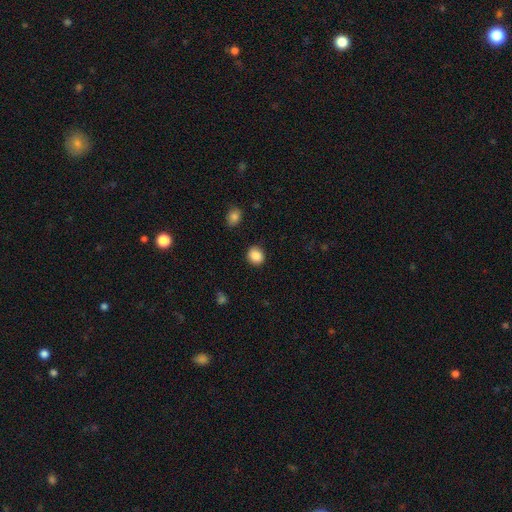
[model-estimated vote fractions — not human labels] Overall: smooth (88%). How rounded: round (82%). Merging: none (89%).